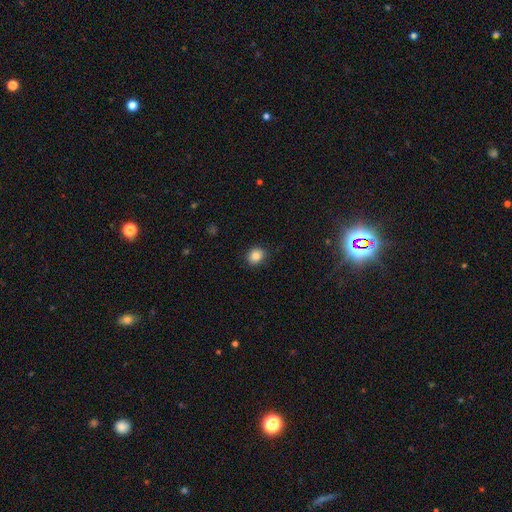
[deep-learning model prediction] Smooth or featured: smooth — 86% (star or artifact — 10%)
How rounded: round — 68% (in between — 31%)
Merging: none — 86% (minor disturbance — 10%)